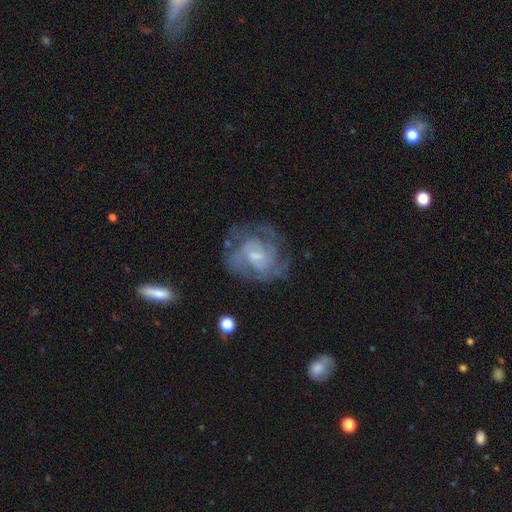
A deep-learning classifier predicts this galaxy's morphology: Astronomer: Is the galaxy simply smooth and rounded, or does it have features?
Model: featured or disk — 78%.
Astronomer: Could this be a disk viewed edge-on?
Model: no — 97%.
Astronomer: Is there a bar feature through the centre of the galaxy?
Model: no — 49% (runner-up: weak, 43%).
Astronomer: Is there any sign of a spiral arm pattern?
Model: yes — 88%.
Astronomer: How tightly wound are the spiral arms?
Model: tight — 50% (runner-up: medium, 39%).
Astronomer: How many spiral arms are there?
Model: can't tell — 39% (runner-up: 2, 25%).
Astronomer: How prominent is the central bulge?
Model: small — 49% (runner-up: moderate, 32%).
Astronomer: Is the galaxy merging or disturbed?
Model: none — 66%.